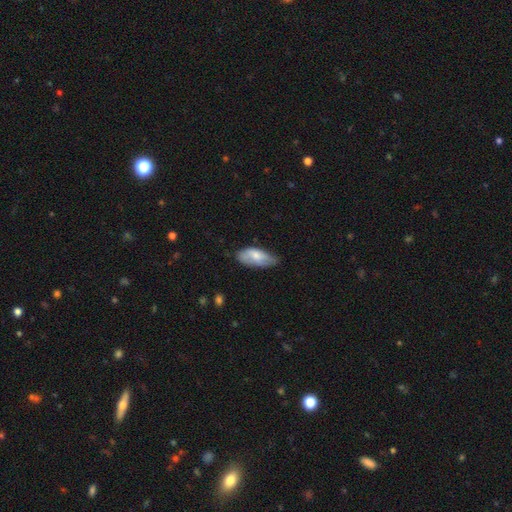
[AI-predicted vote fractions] This is likely a smooth galaxy (68%). How rounded: clearly in between (87%). Merging: possibly none (51%).